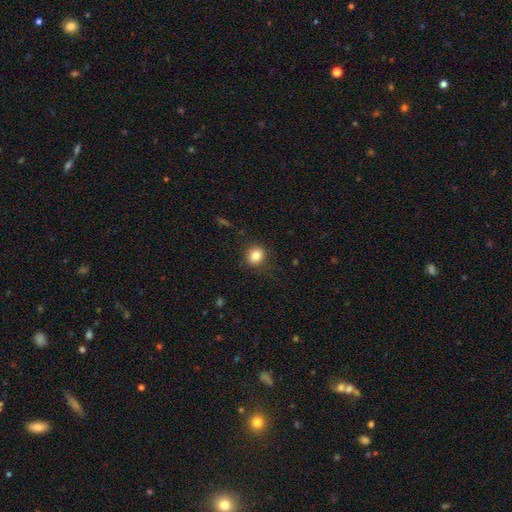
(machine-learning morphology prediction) smooth 84%, star or artifact 10%, featured or disk 6%. Down the decision tree: how rounded — round (70%); merging — none (83%).